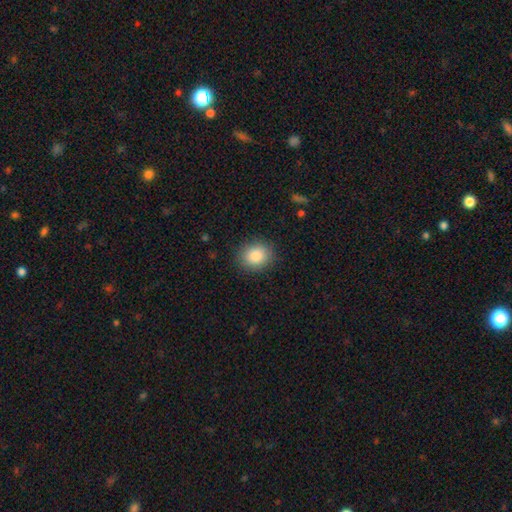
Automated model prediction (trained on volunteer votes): Smooth or featured? Predicted: smooth (p=0.86). How rounded? Predicted: round (p=0.70). Merging? Predicted: none (p=0.88).